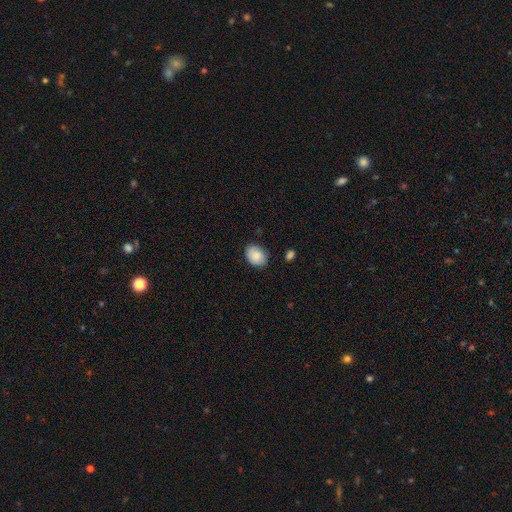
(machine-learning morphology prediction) smooth 85%, featured or disk 8%, star or artifact 7%. Down the decision tree: how rounded — in between (66%); merging — none (79%).